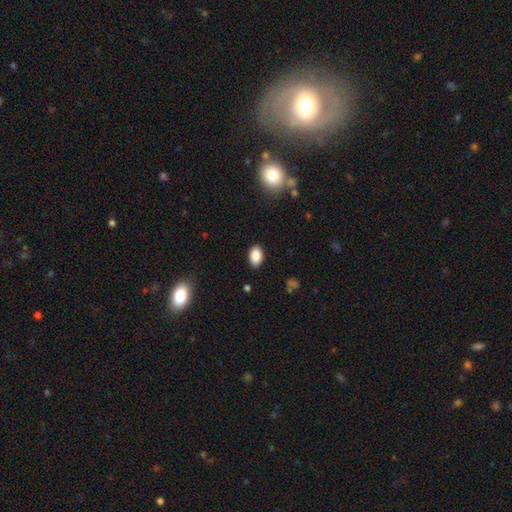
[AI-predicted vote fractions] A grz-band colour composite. It shows a smooth galaxy with no disk features (88%) that is in between round and cigar-shaped (91%). Merging: none (87%).